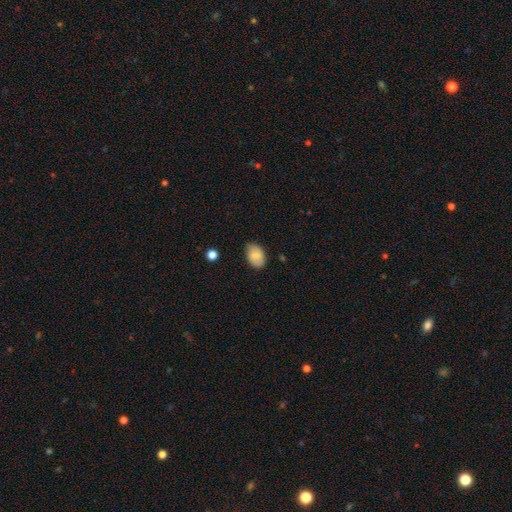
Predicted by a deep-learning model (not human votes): Smooth or featured? smooth (80%)
How rounded? in between (84%)
Merging? none (76%)